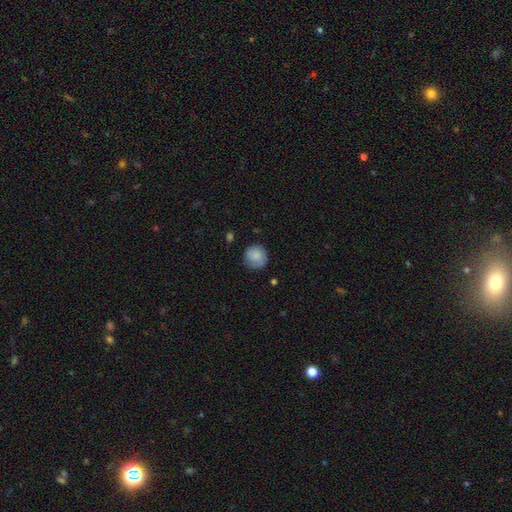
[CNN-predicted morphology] Q: Smooth or featured?
A: smooth (84%); runner-up: featured or disk (8%)
Q: How rounded?
A: round (91%); runner-up: in between (8%)
Q: Merging?
A: none (78%); runner-up: minor disturbance (17%)